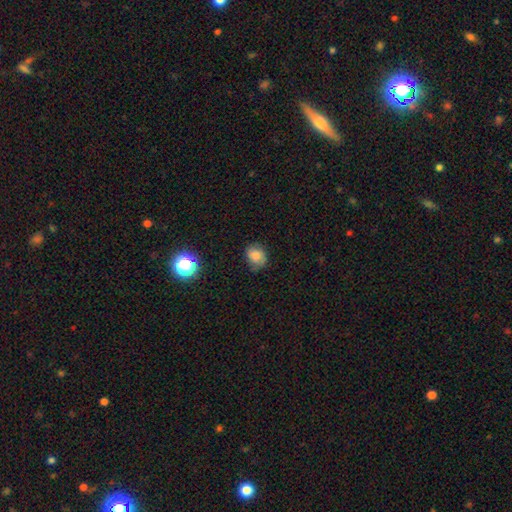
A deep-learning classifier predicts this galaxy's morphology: smooth 72%, featured or disk 15%, star or artifact 13%. Down the decision tree: how rounded — round (57%); merging — none (66%).